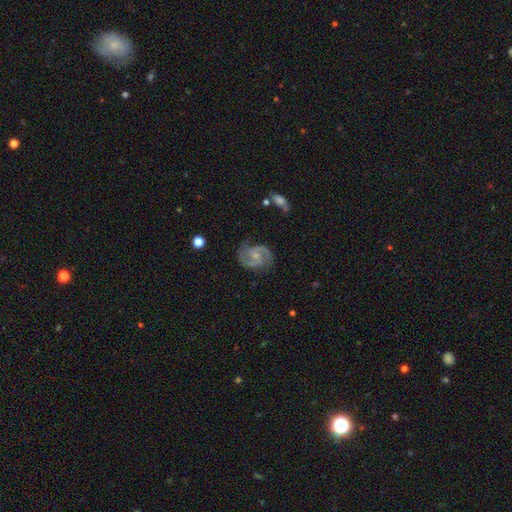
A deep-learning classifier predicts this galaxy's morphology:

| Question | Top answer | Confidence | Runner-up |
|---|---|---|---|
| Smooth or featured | featured or disk | 90% | smooth (5%) |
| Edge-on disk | no | 98% | yes (2%) |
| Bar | no | 50% | weak (40%) |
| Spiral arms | yes | 98% | no (2%) |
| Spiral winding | medium | 57% | tight (31%) |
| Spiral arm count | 2 | 91% | 3 (3%) |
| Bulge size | small | 61% | moderate (28%) |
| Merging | none | 78% | minor disturbance (16%) |